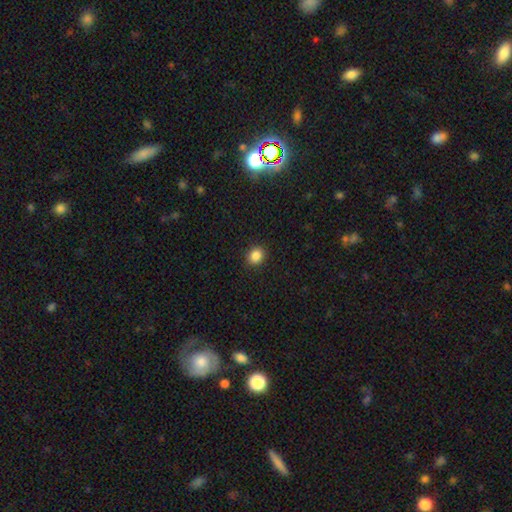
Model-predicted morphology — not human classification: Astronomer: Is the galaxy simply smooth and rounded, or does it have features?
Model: smooth — 86%.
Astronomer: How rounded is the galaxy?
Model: round — 70%.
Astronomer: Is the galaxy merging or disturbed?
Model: none — 91%.